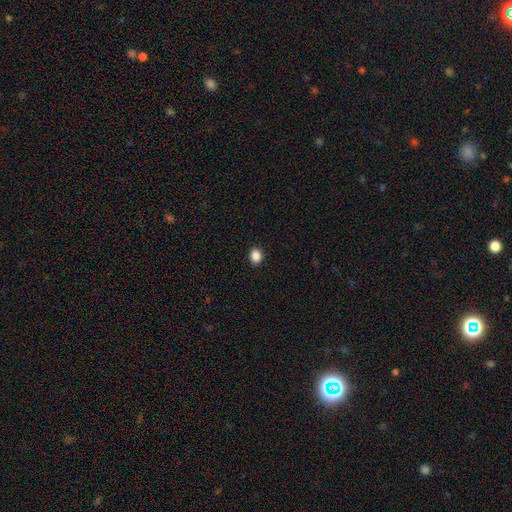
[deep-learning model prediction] This is clearly a smooth galaxy (89%). How rounded: possibly in between (54%). Merging: clearly none (91%).